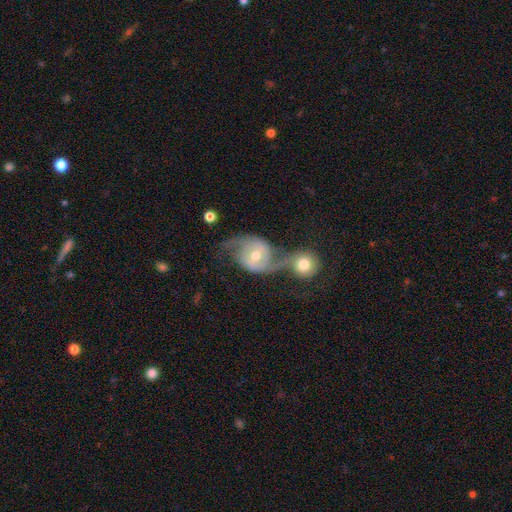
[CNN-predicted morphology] Smooth or featured? Predicted: featured or disk (p=0.74). Edge-on disk? Predicted: no (p=0.96). Bar? Predicted: no (p=0.59). Spiral arms? Predicted: yes (p=0.89). Spiral winding? Predicted: loose (p=0.44). Spiral arm count? Predicted: 2 (p=0.86). Bulge size? Predicted: moderate (p=0.67). Merging? Predicted: merger (p=0.54).